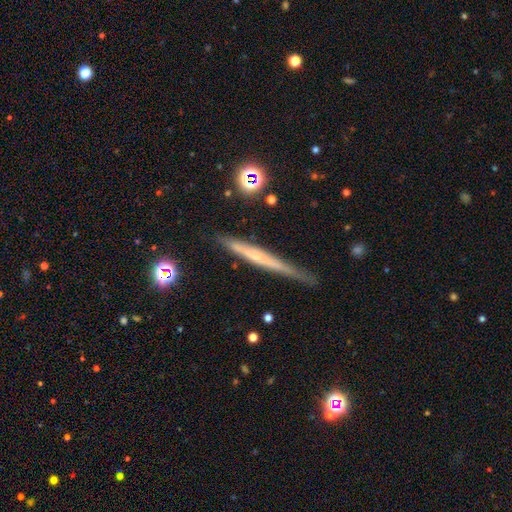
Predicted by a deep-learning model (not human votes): A featured or disk galaxy (54%) viewed edge-on (95%) with no central bulge (71%). Merging: none (79%).